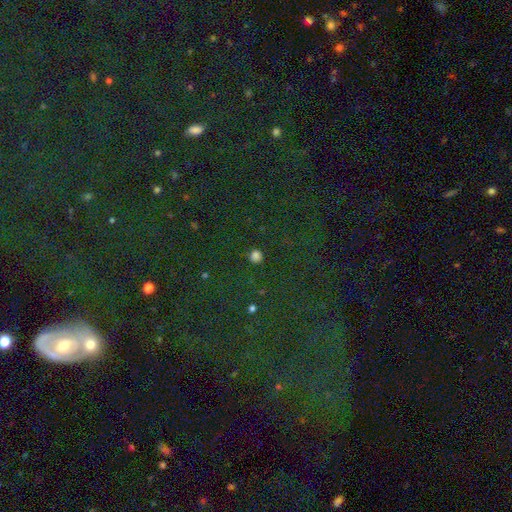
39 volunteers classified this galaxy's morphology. Q: Smooth or featured?
A: smooth (95%); runner-up: star or artifact (5%)
Q: How rounded?
A: round (89%); runner-up: in between (8%)
Q: Merging?
A: none (84%); runner-up: minor disturbance (11%)